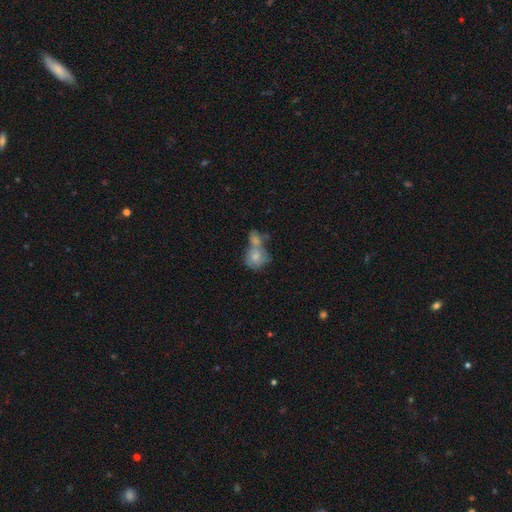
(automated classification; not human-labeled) Overall: smooth (59%; featured or disk 32%). How rounded: round (60%; in between 38%). Merging: merger (64%).